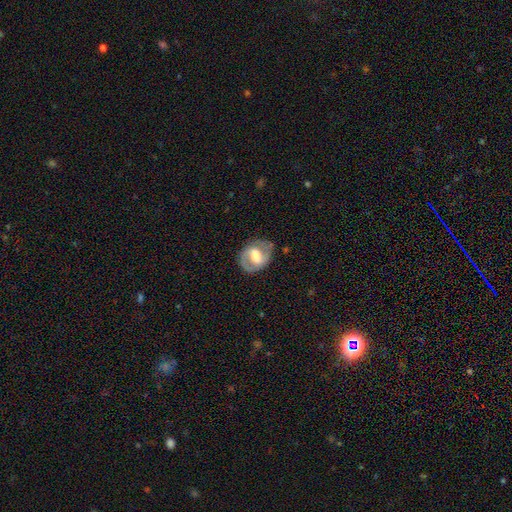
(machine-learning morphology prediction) Q: Smooth or featured?
A: featured or disk (73%); runner-up: smooth (21%)
Q: Edge-on disk?
A: no (96%); runner-up: yes (4%)
Q: Bar?
A: weak (43%); runner-up: strong (38%)
Q: Spiral arms?
A: yes (79%); runner-up: no (21%)
Q: Spiral winding?
A: medium (50%); runner-up: tight (32%)
Q: Spiral arm count?
A: 2 (85%); runner-up: can't tell (8%)
Q: Bulge size?
A: moderate (48%); runner-up: large (31%)
Q: Merging?
A: none (77%); runner-up: minor disturbance (16%)